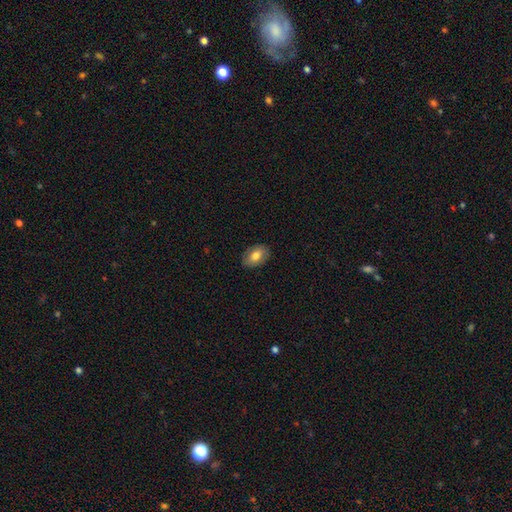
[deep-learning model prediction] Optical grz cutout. It shows a smooth galaxy with no disk features (73%) that is in between round and cigar-shaped (86%). Merging: none (86%).